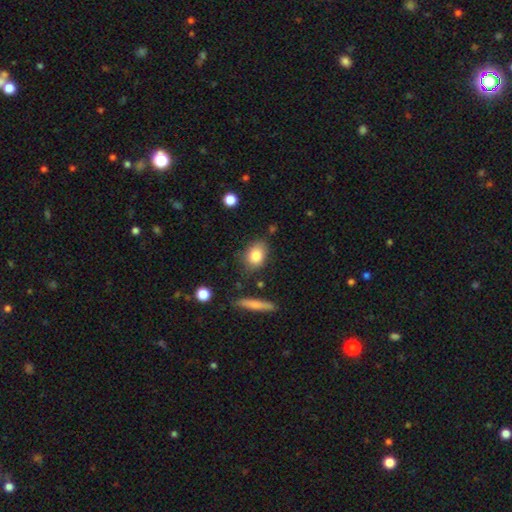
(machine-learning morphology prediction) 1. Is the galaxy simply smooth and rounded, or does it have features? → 81% smooth, 10% featured or disk, 8% star or artifact.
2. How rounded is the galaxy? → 63% in between, 34% round, 3% cigar-shaped.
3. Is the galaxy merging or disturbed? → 76% none, 16% minor disturbance, 4% merger, 4% major disturbance.